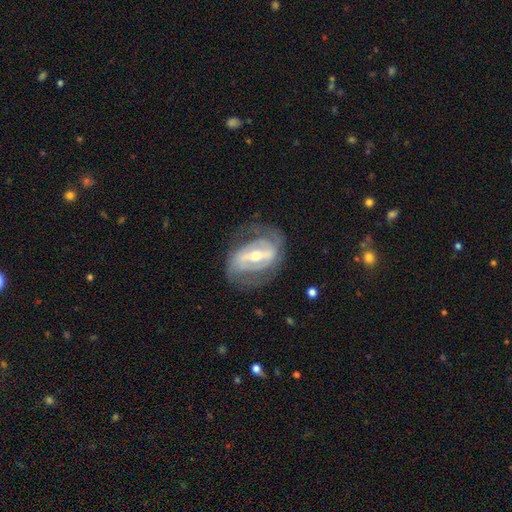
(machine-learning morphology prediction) Smooth or featured? featured or disk (86%)
Edge-on disk? no (94%)
Bar? strong (66%)
Spiral arms? yes (87%)
Spiral winding? tight (43%)
Spiral arm count? 2 (71%)
Bulge size? moderate (62%)
Merging? none (69%)